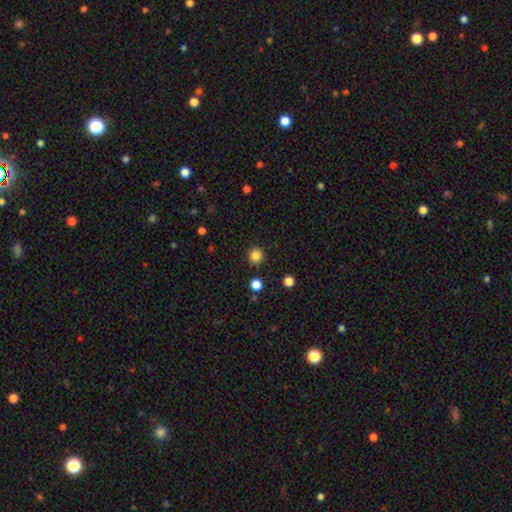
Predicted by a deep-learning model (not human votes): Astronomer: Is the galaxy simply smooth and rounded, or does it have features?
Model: smooth — 84%.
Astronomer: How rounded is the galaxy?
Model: round — 94%.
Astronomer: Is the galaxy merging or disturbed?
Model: none — 91%.